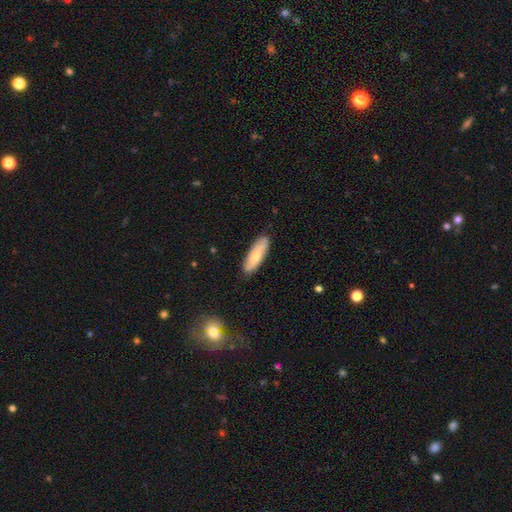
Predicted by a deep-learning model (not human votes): Smooth or featured: smooth — 68% (featured or disk — 27%)
How rounded: cigar-shaped — 49% (tied with in between — 49%)
Merging: none — 84% (minor disturbance — 12%)